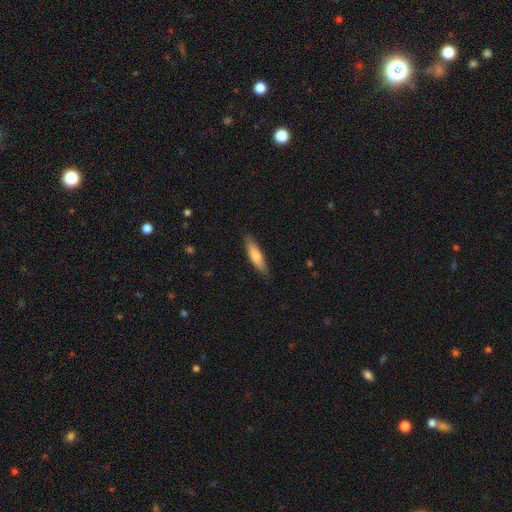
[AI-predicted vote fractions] Smooth or featured: smooth — 71% (featured or disk — 23%)
How rounded: cigar-shaped — 73% (in between — 26%)
Merging: none — 85% (minor disturbance — 11%)